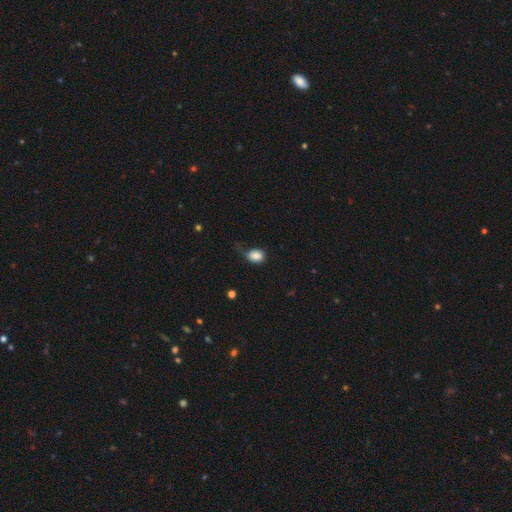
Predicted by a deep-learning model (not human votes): A smooth galaxy with no disk features (86%) that is in between round and cigar-shaped (56%). Merging: none (50%).